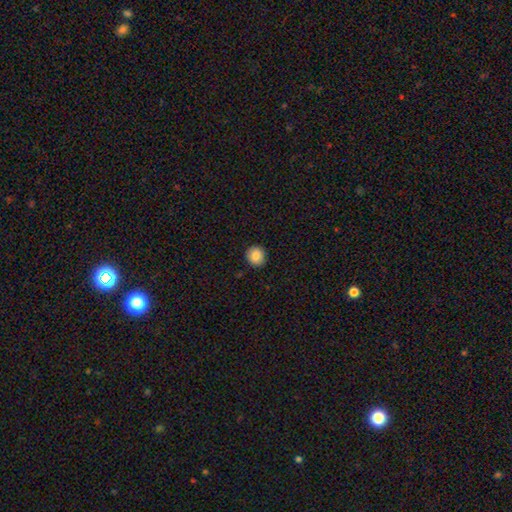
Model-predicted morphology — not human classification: Smooth or featured: smooth — 85% (star or artifact — 9%)
How rounded: round — 87% (in between — 12%)
Merging: none — 91% (minor disturbance — 6%)